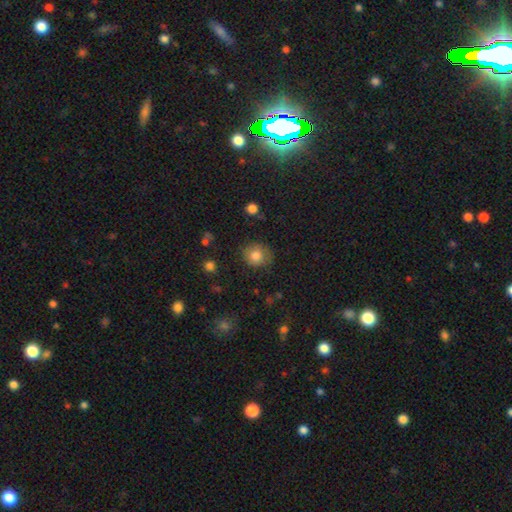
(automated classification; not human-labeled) A smooth galaxy with no disk features (81%) that is round (82%). Merging: none (80%).